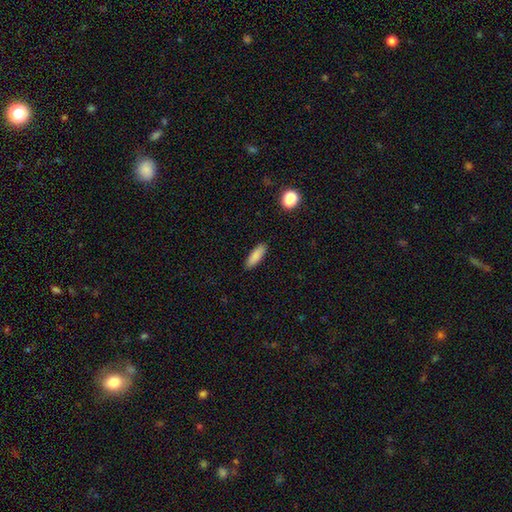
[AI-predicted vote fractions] smooth_or_featured: smooth (p=0.87) [alt: star or artifact p=0.07]
how_rounded: in between (p=0.55) [alt: cigar-shaped p=0.43]
merging: none (p=0.89) [alt: minor disturbance p=0.08]